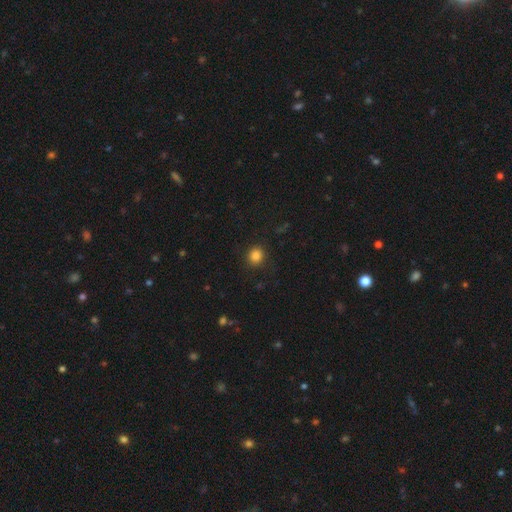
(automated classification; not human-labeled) The model was most divided on "how rounded": round: 86%, in between: 13%, cigar-shaped: 1%. More confident: merging — none (88%); smooth or featured — smooth (85%).